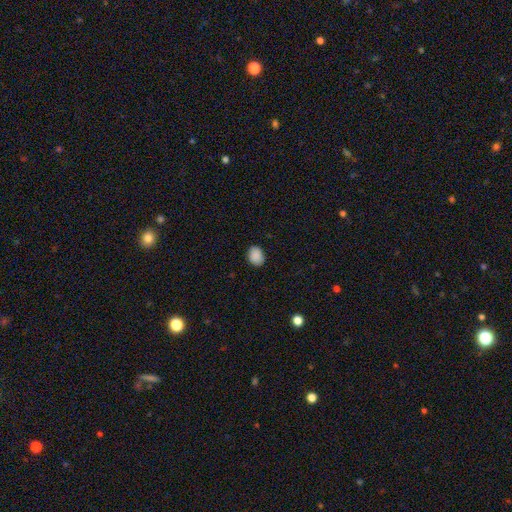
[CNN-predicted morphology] smooth_or_featured: smooth (p=0.89) [alt: star or artifact p=0.08]
how_rounded: in between (p=0.64) [alt: round p=0.35]
merging: none (p=0.86) [alt: minor disturbance p=0.11]